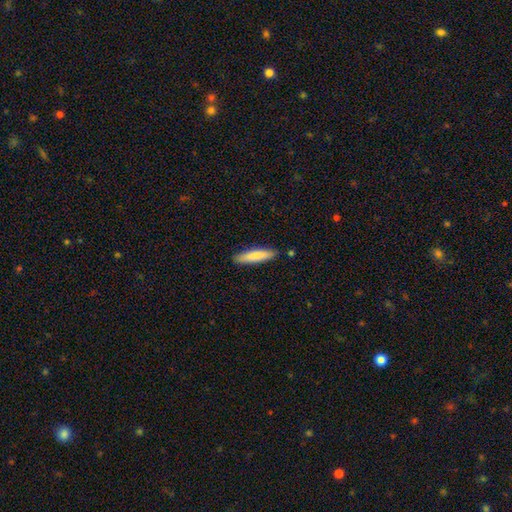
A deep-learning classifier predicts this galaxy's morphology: Smooth or featured? smooth (80%)
How rounded? cigar-shaped (79%)
Merging? none (86%)